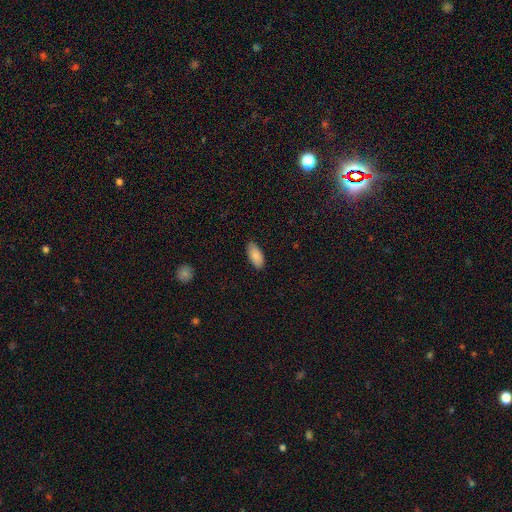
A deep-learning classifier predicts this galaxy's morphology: Smooth or featured: smooth — 88% (star or artifact — 6%)
How rounded: in between — 91% (cigar-shaped — 7%)
Merging: none — 86% (minor disturbance — 11%)